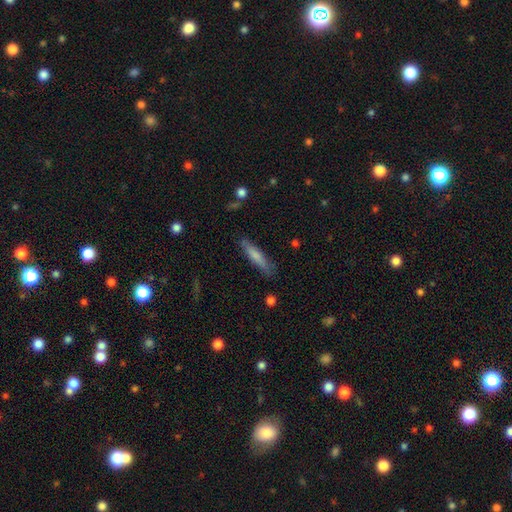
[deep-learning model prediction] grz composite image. It shows a smooth galaxy with no disk features (69%) that is cigar-shaped (86%). Merging: none (82%).